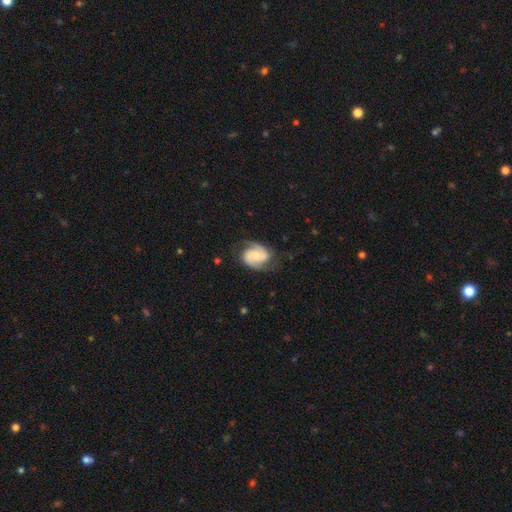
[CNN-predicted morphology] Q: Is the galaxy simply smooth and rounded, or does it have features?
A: featured or disk — 76%.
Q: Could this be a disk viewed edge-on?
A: no — 98%.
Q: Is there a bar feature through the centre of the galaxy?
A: no — 51%.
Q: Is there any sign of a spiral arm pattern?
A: yes — 95%.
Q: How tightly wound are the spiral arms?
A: medium — 49%.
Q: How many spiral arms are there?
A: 2 — 88%.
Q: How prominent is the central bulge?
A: small — 46%.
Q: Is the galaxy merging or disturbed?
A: none — 68%.